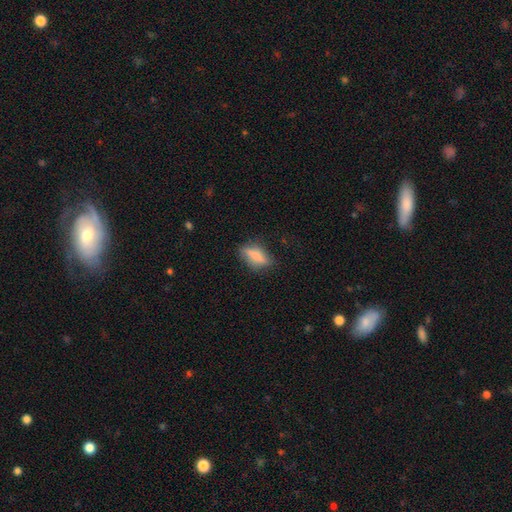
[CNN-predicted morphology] Overall: smooth (69%). How rounded: in between (61%; cigar-shaped 35%). Merging: none (71%).